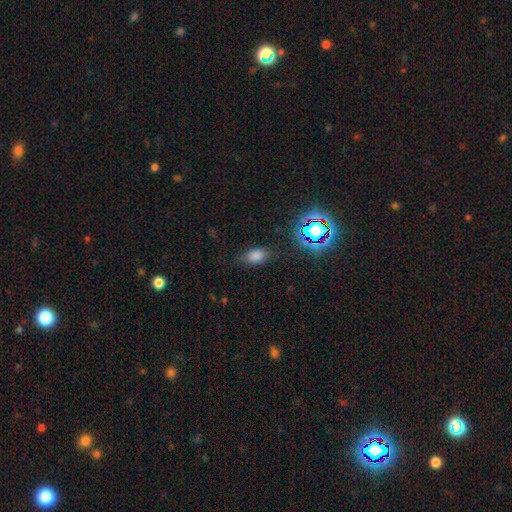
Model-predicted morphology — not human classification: Smooth or featured: smooth — 72% (star or artifact — 20%)
How rounded: in between — 86% (round — 11%)
Merging: none — 75% (minor disturbance — 18%)